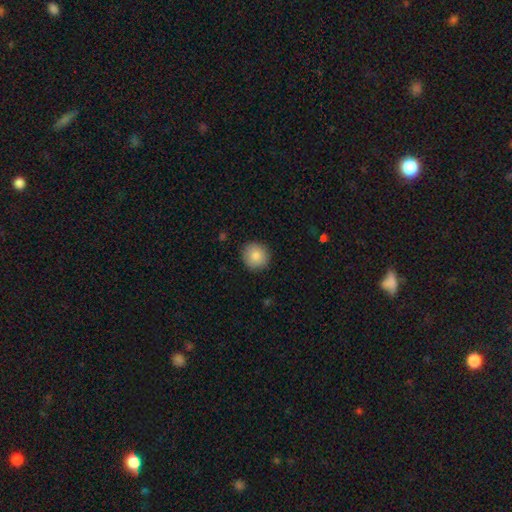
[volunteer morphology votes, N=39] smooth_or_featured: smooth (p=0.77) [alt: featured or disk p=0.13]
how_rounded: round (p=0.97) [alt: in between p=0.03]
merging: none (p=0.94) [alt: minor disturbance p=0.03]